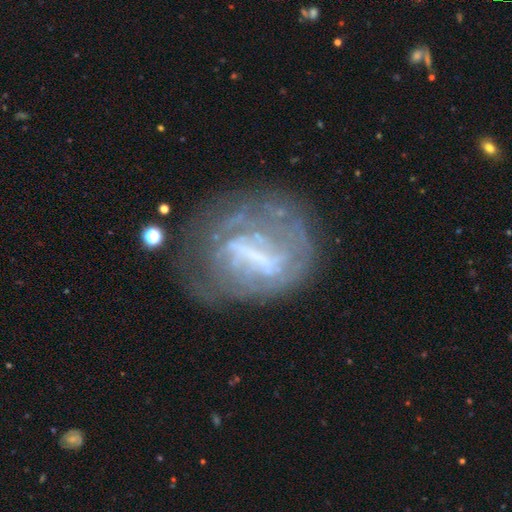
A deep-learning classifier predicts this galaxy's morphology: Smooth or featured? Predicted: featured or disk (p=0.69). Edge-on disk? Predicted: no (p=0.95). Bar? Predicted: strong (p=0.43). Spiral arms? Predicted: no (p=0.57). Bulge size? Predicted: none (p=0.55). Merging? Predicted: none (p=0.48).